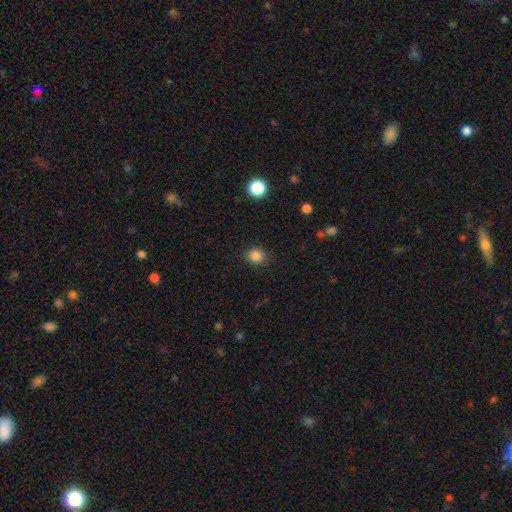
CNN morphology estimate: smooth-or-featured: smooth: 85% | star or artifact: 11% | featured or disk: 4%
  how-rounded: round: 82% | in between: 17% | cigar-shaped: 1%
  merging: none: 89% | minor disturbance: 8% | major disturbance: 2% | merger: 1%